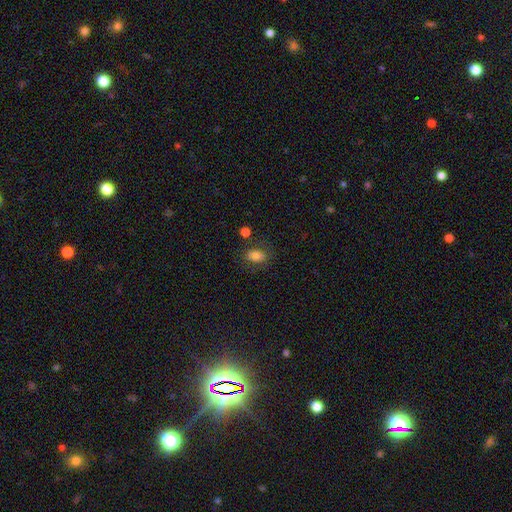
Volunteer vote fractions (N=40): Smooth or featured?
  - smooth: 92% *
  - star or artifact: 5%
  - featured or disk: 2%
How rounded?
  - in between: 86% *
  - round: 14%
  - cigar-shaped: 0%
Merging?
  - none: 79% *
  - minor disturbance: 13%
  - merger: 5%
  - major disturbance: 3%